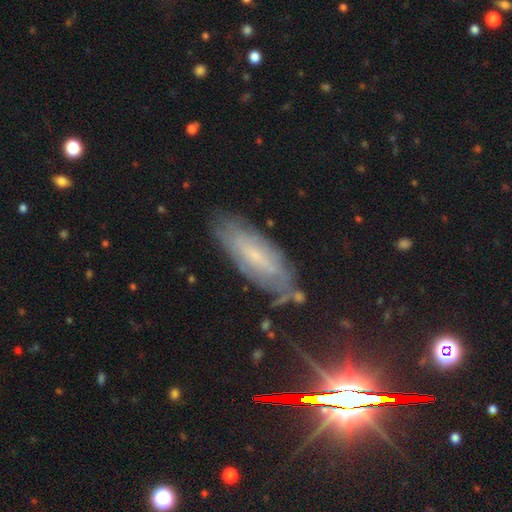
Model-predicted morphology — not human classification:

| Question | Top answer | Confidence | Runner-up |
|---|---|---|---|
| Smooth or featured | featured or disk | 51% | smooth (36%) |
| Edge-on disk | no | 75% | yes (25%) |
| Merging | none | 77% | minor disturbance (17%) |